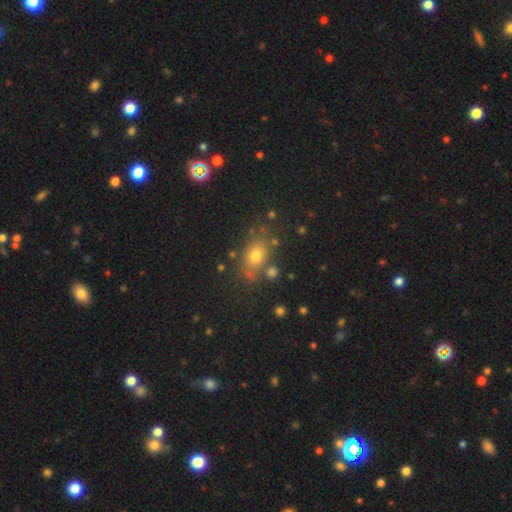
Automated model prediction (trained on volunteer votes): Overall: smooth (70%). How rounded: in between (60%; round 38%). Merging: none (71%).